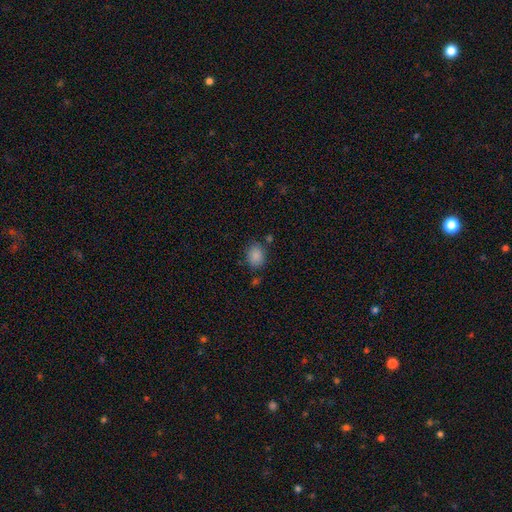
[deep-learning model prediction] Smooth or featured?
  - smooth: 87% *
  - star or artifact: 9%
  - featured or disk: 4%
How rounded?
  - in between: 57% *
  - round: 42%
  - cigar-shaped: 1%
Merging?
  - none: 76% *
  - minor disturbance: 14%
  - merger: 5%
  - major disturbance: 4%